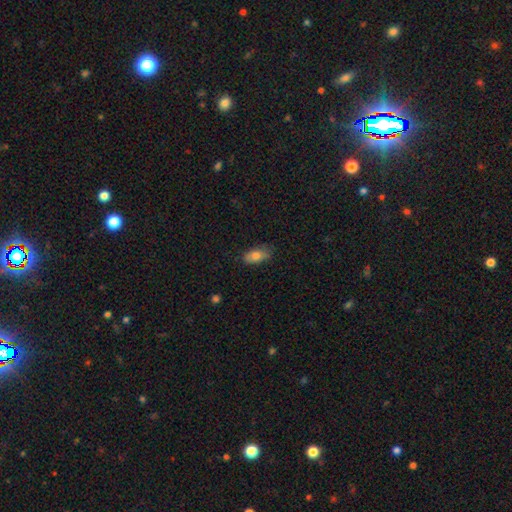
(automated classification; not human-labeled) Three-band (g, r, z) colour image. It shows a smooth galaxy with no disk features (77%) that is in between round and cigar-shaped (89%). Merging: none (75%).